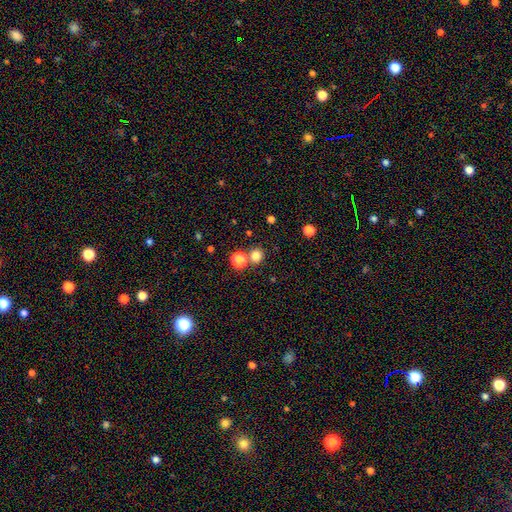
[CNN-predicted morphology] smooth_or_featured: smooth (p=0.80) [alt: star or artifact p=0.15]
how_rounded: round (p=0.87) [alt: in between p=0.12]
merging: none (p=0.71) [alt: merger p=0.19]